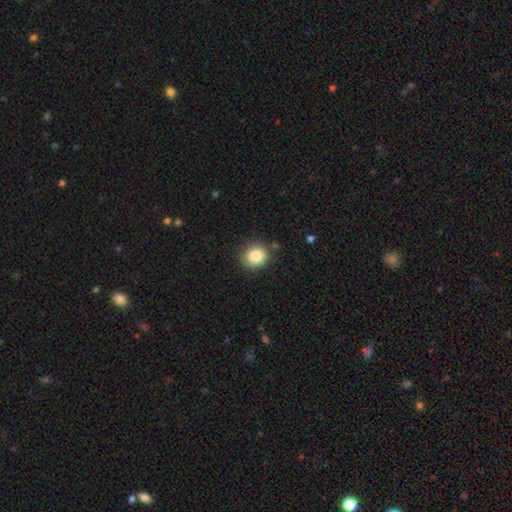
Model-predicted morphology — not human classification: Smooth or featured?
  - smooth: 85% *
  - star or artifact: 10%
  - featured or disk: 6%
How rounded?
  - round: 80% *
  - in between: 19%
  - cigar-shaped: 1%
Merging?
  - none: 85% *
  - minor disturbance: 10%
  - major disturbance: 3%
  - merger: 2%